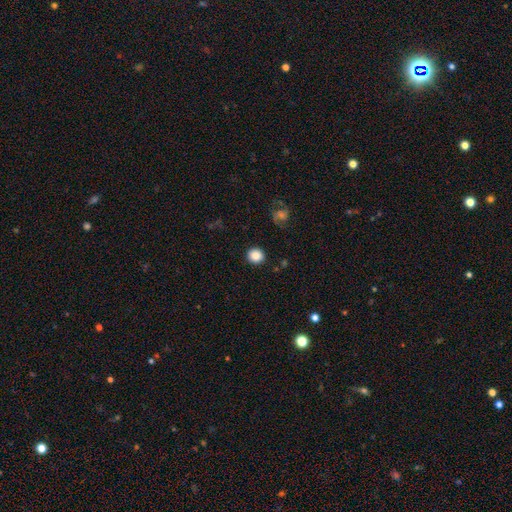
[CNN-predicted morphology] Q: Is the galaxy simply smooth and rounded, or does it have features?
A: smooth — 87%.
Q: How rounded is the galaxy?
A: round — 88%.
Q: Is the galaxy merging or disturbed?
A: none — 89%.